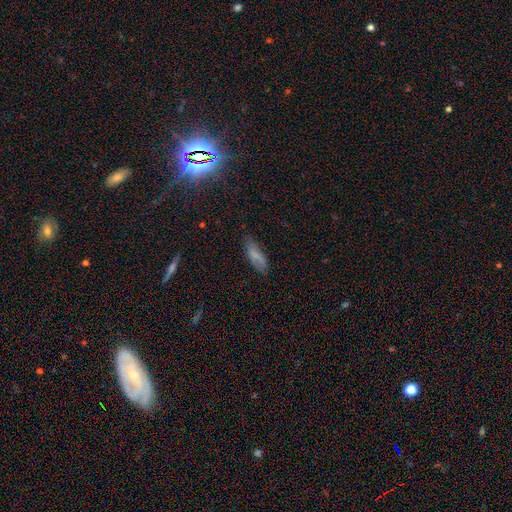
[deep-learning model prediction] Overall: smooth (74%). How rounded: in between (65%; cigar-shaped 33%). Merging: none (71%).